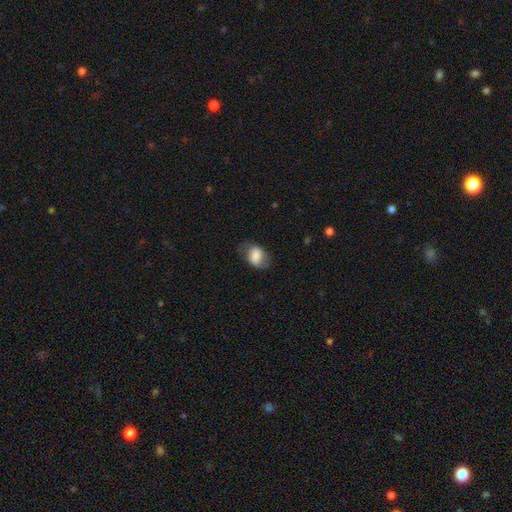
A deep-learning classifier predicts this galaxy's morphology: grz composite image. It shows a smooth galaxy with no disk features (72%) that is in between round and cigar-shaped (78%). Merging: none (63%).